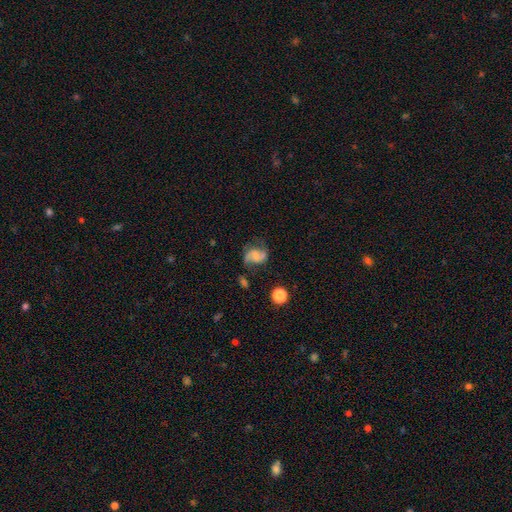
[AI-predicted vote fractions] Q: Smooth or featured?
A: featured or disk (73%); runner-up: smooth (18%)
Q: Edge-on disk?
A: no (98%); runner-up: yes (2%)
Q: Bar?
A: no (49%); runner-up: weak (38%)
Q: Spiral arms?
A: yes (93%); runner-up: no (7%)
Q: Spiral winding?
A: loose (49%); runner-up: medium (40%)
Q: Spiral arm count?
A: 2 (89%); runner-up: 1 (4%)
Q: Bulge size?
A: none (45%); runner-up: small (30%)
Q: Merging?
A: none (58%); runner-up: minor disturbance (21%)